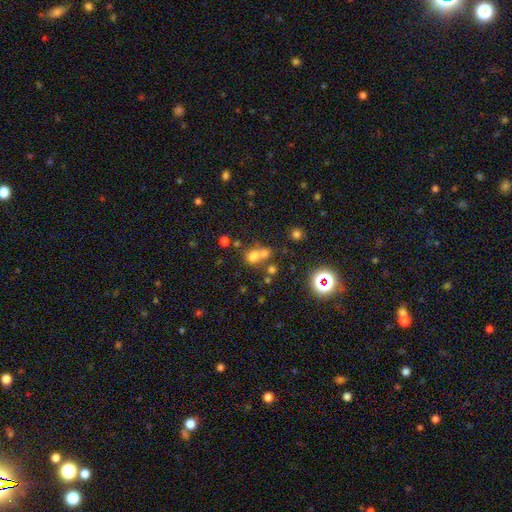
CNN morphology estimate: This appears to be a smooth galaxy with no disk features (61%) that is round (65%). Merging: merger (50%).